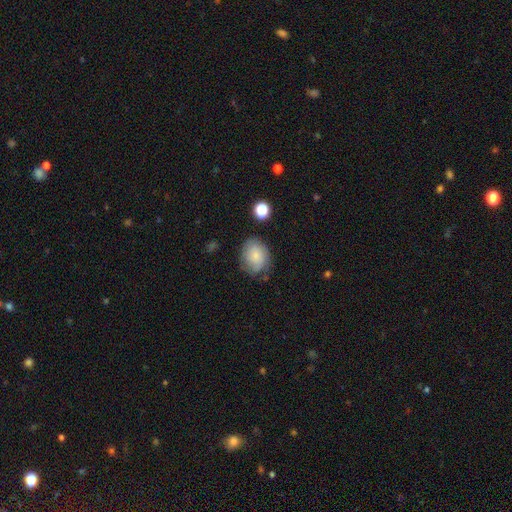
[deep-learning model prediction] smooth_or_featured: smooth (p=0.68) [alt: featured or disk p=0.23]
how_rounded: round (p=0.51) [alt: in between p=0.48]
merging: none (p=0.65) [alt: minor disturbance p=0.24]